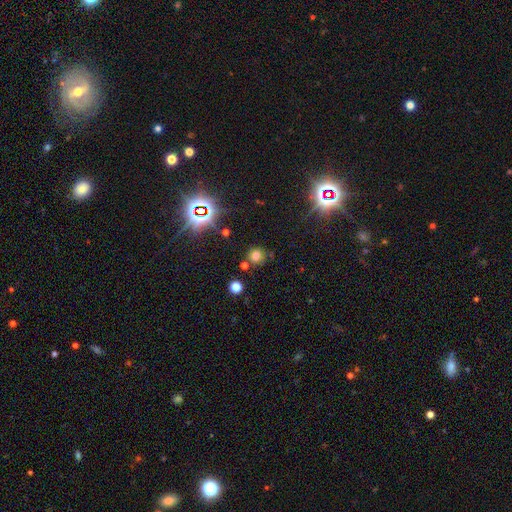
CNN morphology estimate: smooth-or-featured: smooth: 66% | star or artifact: 26% | featured or disk: 8%
  how-rounded: round: 89% | in between: 10% | cigar-shaped: 1%
  merging: none: 79% | minor disturbance: 10% | merger: 8% | major disturbance: 3%